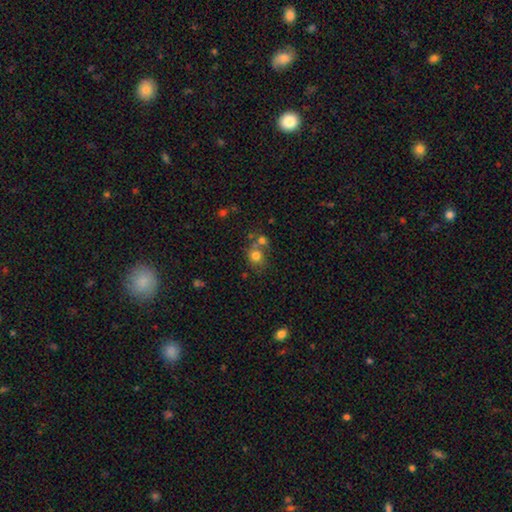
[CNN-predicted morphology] Smooth or featured? smooth (74%)
How rounded? round (77%)
Merging? none (50%)